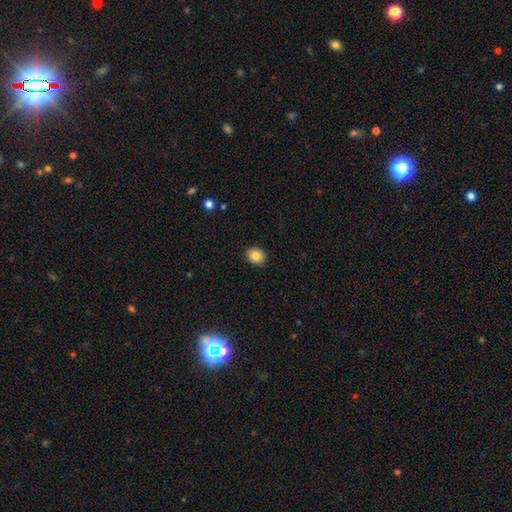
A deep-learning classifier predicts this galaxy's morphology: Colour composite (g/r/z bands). It shows a smooth galaxy with no disk features (83%) that is round (52%). Merging: none (90%).